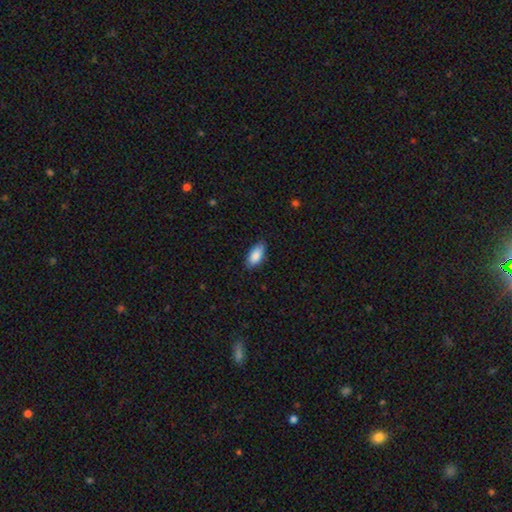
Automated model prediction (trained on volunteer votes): Smooth or featured? Predicted: smooth (p=0.87). How rounded? Predicted: in between (p=0.87). Merging? Predicted: none (p=0.82).